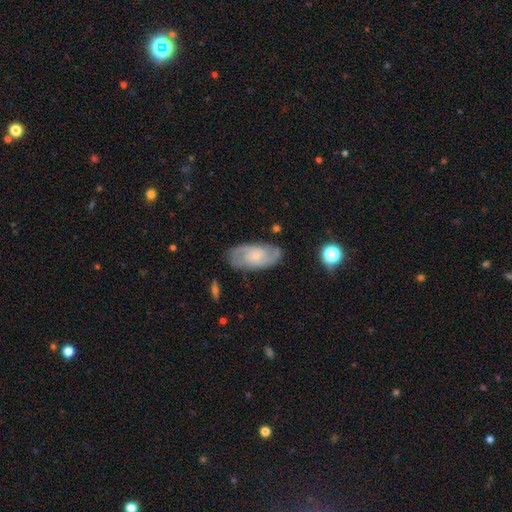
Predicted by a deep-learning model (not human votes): Q: Smooth or featured?
A: featured or disk (78%); runner-up: smooth (16%)
Q: Edge-on disk?
A: no (95%); runner-up: yes (5%)
Q: Bar?
A: no (69%); runner-up: weak (26%)
Q: Spiral arms?
A: yes (93%); runner-up: no (7%)
Q: Spiral winding?
A: medium (46%); runner-up: tight (39%)
Q: Spiral arm count?
A: 2 (78%); runner-up: can't tell (12%)
Q: Bulge size?
A: small (73%); runner-up: moderate (20%)
Q: Merging?
A: none (78%); runner-up: minor disturbance (16%)